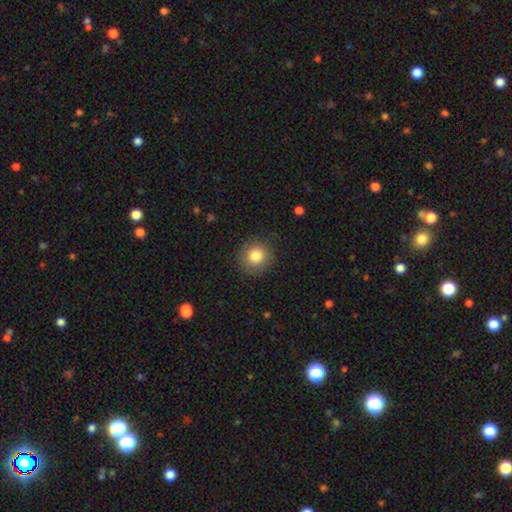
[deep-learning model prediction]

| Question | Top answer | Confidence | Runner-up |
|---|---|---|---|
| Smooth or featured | smooth | 82% | star or artifact (10%) |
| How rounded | round | 92% | in between (7%) |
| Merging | none | 86% | minor disturbance (9%) |